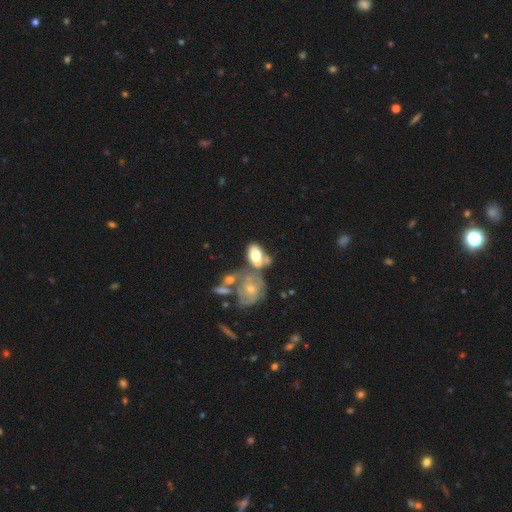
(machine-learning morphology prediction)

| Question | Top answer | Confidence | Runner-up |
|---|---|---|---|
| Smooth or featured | smooth | 53% | featured or disk (39%) |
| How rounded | in between | 84% | round (13%) |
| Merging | merger | 48% | none (28%) |